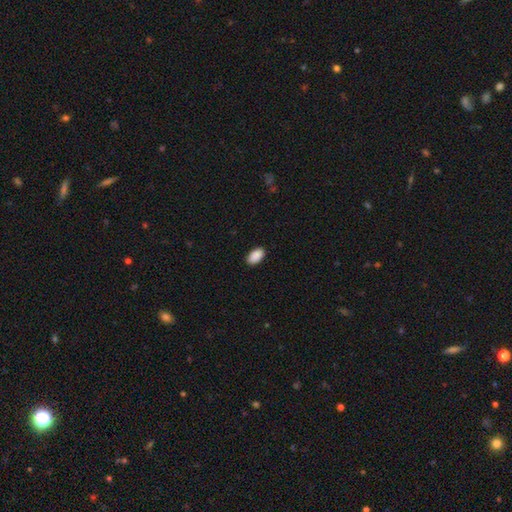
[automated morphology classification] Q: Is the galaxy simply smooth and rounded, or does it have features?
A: smooth — 91%.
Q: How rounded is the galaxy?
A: in between — 95%.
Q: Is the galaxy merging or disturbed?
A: none — 89%.